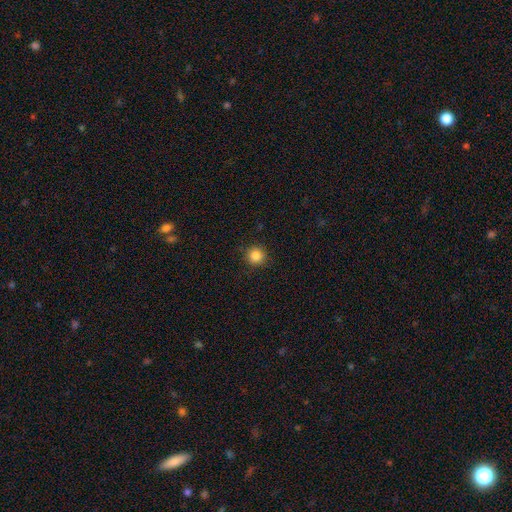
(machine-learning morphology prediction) Overall: smooth (85%). How rounded: round (95%). Merging: none (91%).